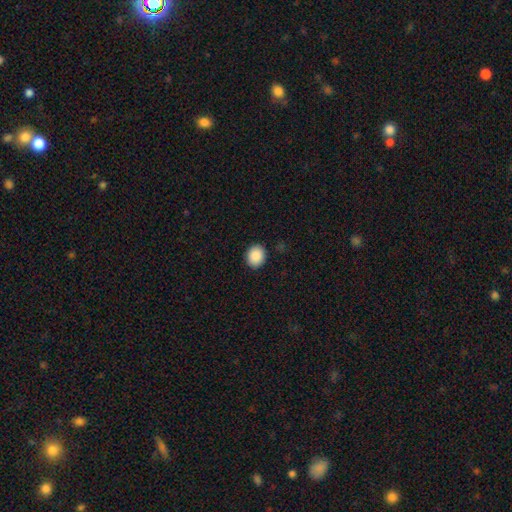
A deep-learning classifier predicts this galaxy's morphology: type=smooth (89%); roundness=round (62%); merging=none (90%).